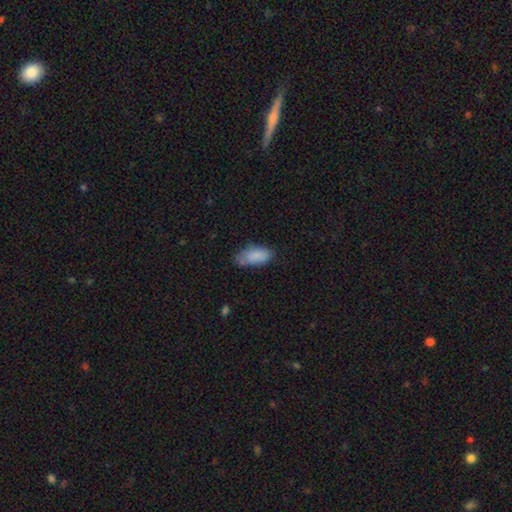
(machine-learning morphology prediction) This appears to be a smooth galaxy with no disk features (85%) that is in between round and cigar-shaped (90%). Merging: none (59%).